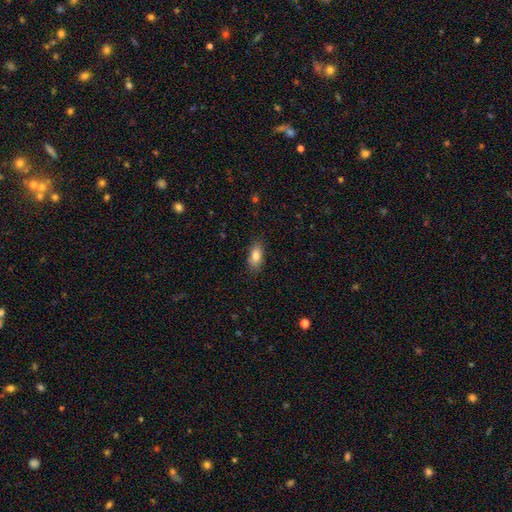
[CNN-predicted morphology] smooth_or_featured: smooth (p=0.83) [alt: featured or disk p=0.09]
how_rounded: in between (p=0.86) [alt: cigar-shaped p=0.09]
merging: none (p=0.84) [alt: minor disturbance p=0.12]